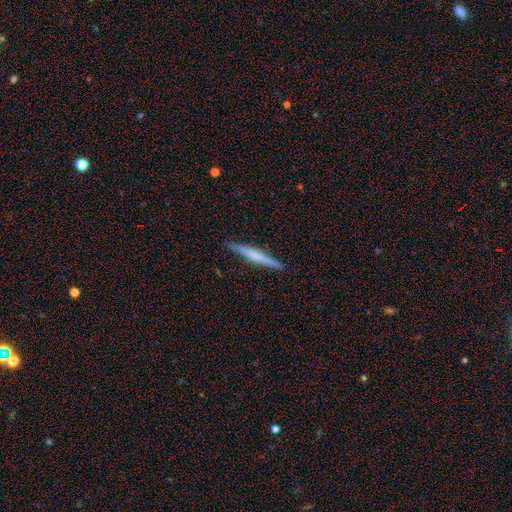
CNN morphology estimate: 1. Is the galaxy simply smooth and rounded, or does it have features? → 49% featured or disk, 45% smooth, 6% star or artifact.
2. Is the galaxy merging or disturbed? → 90% none, 8% minor disturbance, 1% major disturbance, 1% merger.